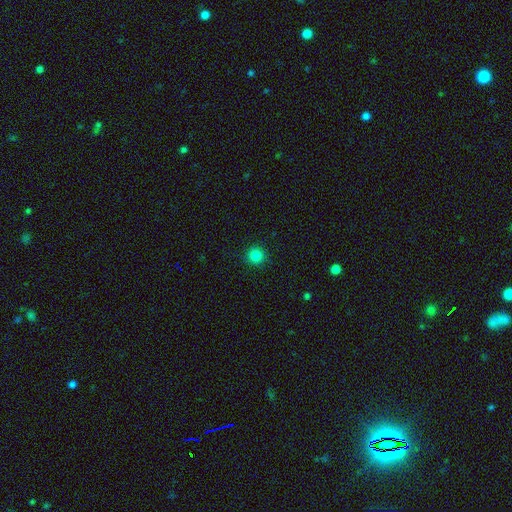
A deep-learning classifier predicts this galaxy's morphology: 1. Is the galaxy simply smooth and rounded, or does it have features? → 84% smooth, 12% star or artifact, 4% featured or disk.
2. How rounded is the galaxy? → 95% round, 4% in between, 1% cigar-shaped.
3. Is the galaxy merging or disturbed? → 91% none, 6% minor disturbance, 2% major disturbance, 1% merger.